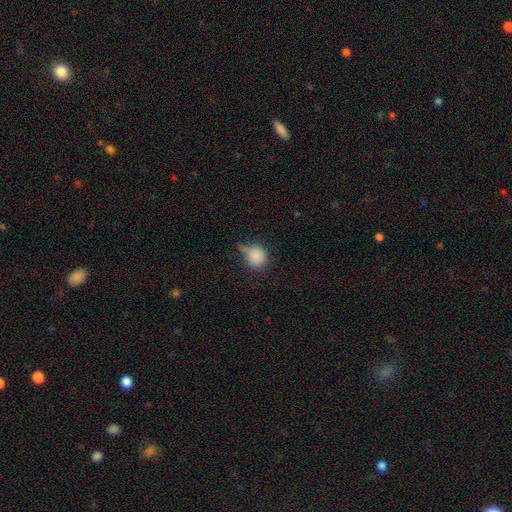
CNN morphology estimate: smooth_or_featured: smooth (p=0.85) [alt: star or artifact p=0.10]
how_rounded: round (p=0.86) [alt: in between p=0.13]
merging: none (p=0.44) [alt: minor disturbance p=0.38]